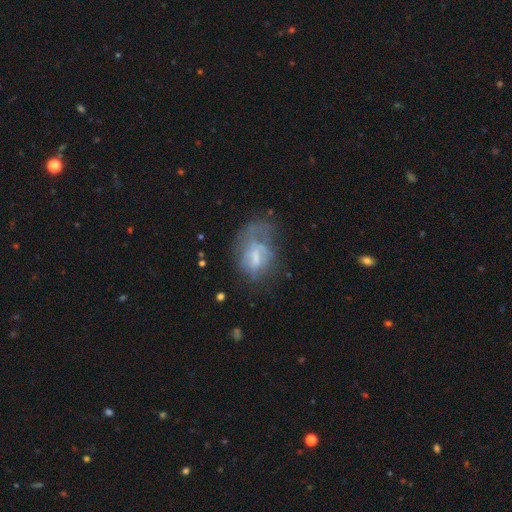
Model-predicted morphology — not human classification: Smooth or featured? featured or disk (53%)
Edge-on disk? no (96%)
Bar? no (45%)
Spiral arms? no (53%)
Bulge size? small (32%)
Merging? major disturbance (44%)